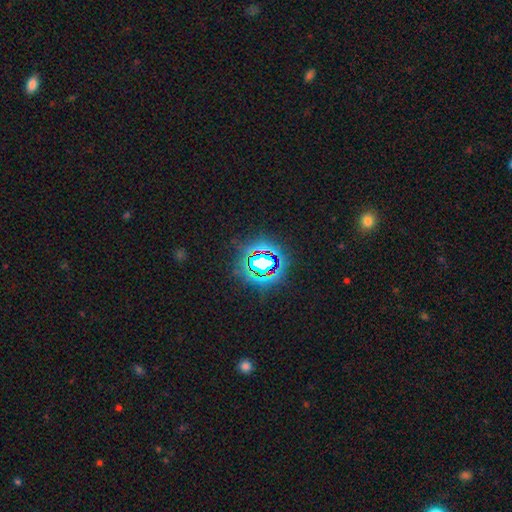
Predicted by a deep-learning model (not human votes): star or artifact 77%, smooth 14%, featured or disk 9%.